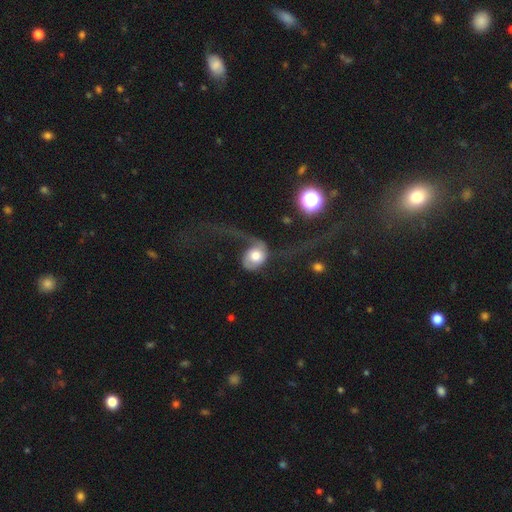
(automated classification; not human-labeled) Smooth or featured? featured or disk (56%)
Edge-on disk? no (96%)
Bar? no (77%)
Spiral arms? yes (79%)
Bulge size? moderate (45%)
Merging? major disturbance (61%)